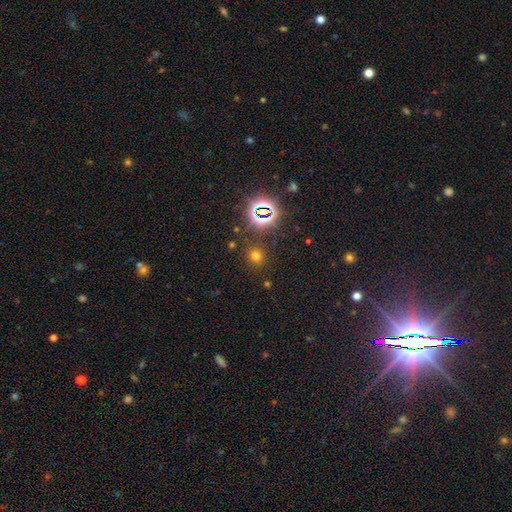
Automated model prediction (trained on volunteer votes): The model was most divided on "smooth or featured": smooth: 64%, star or artifact: 30%, featured or disk: 7%. More confident: how rounded — round (88%); merging — none (85%).